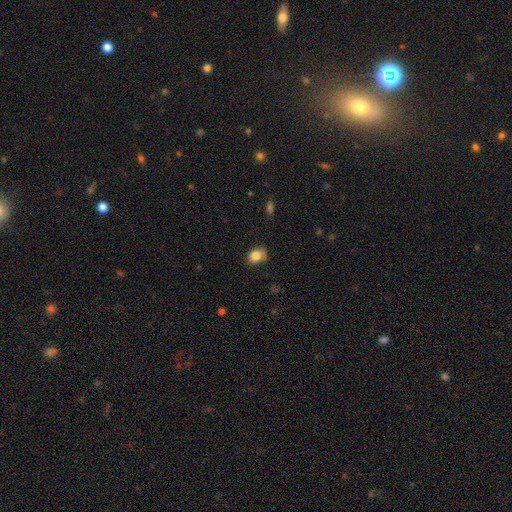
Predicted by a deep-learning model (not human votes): smooth 82%, star or artifact 9%, featured or disk 8%. Down the decision tree: how rounded — in between (61%); merging — none (59%).